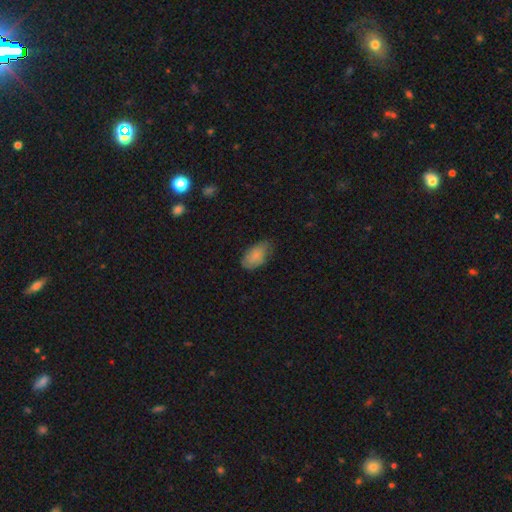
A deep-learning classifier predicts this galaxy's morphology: Q: Smooth or featured?
A: smooth (80%); runner-up: featured or disk (13%)
Q: How rounded?
A: in between (93%); runner-up: round (5%)
Q: Merging?
A: none (55%); runner-up: minor disturbance (36%)